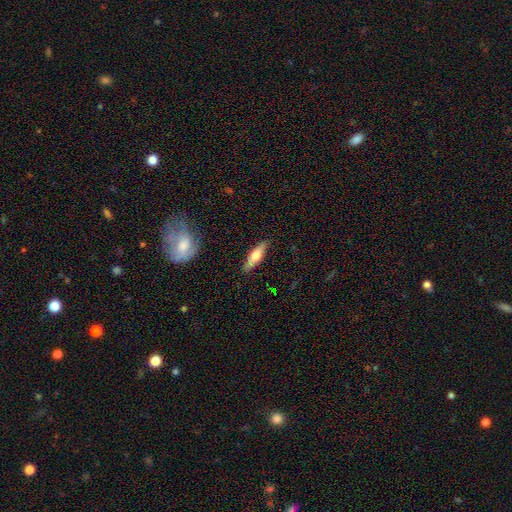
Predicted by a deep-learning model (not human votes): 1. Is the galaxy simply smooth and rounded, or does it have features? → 52% smooth, 42% featured or disk, 6% star or artifact.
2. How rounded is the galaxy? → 63% cigar-shaped, 35% in between, 2% round.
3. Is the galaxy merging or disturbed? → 85% none, 11% minor disturbance, 2% major disturbance, 2% merger.